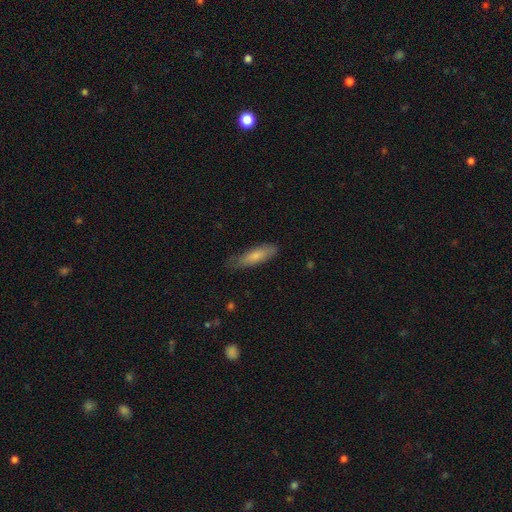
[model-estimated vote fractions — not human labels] Smooth or featured: smooth — 77% (featured or disk — 17%)
How rounded: cigar-shaped — 56% (in between — 42%)
Merging: none — 70% (minor disturbance — 24%)